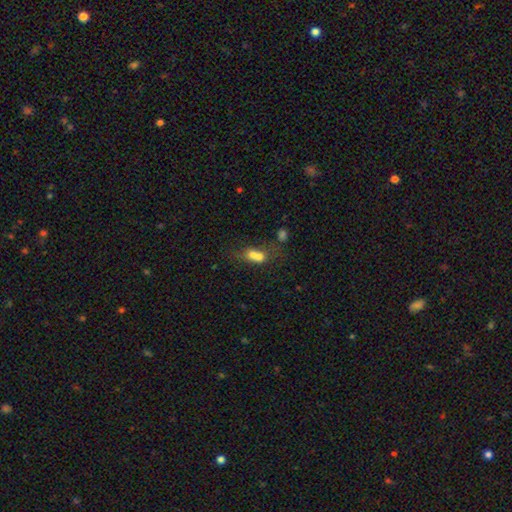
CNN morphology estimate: type=smooth (66%); roundness=in between (55%); merging=merger (64%).